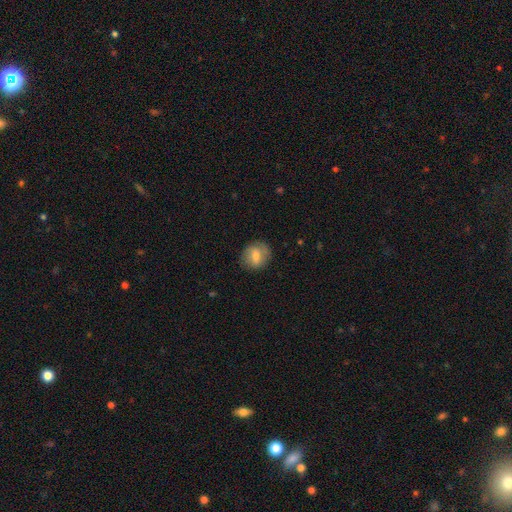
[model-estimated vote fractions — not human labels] Smooth or featured: smooth — 71% (featured or disk — 21%)
How rounded: round — 67% (in between — 31%)
Merging: none — 80% (minor disturbance — 15%)